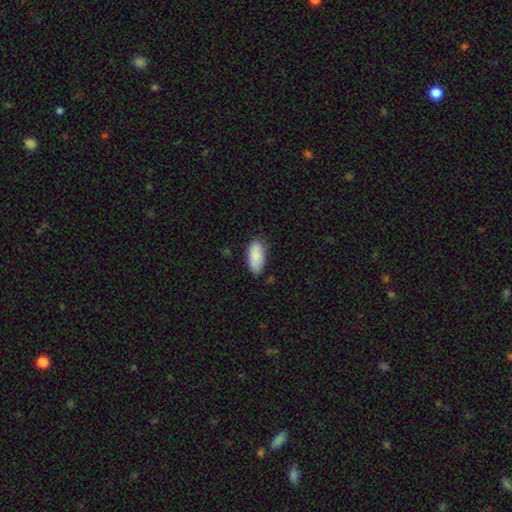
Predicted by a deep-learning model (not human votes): Smooth or featured? Predicted: smooth (p=0.86). How rounded? Predicted: in between (p=0.92). Merging? Predicted: none (p=0.76).